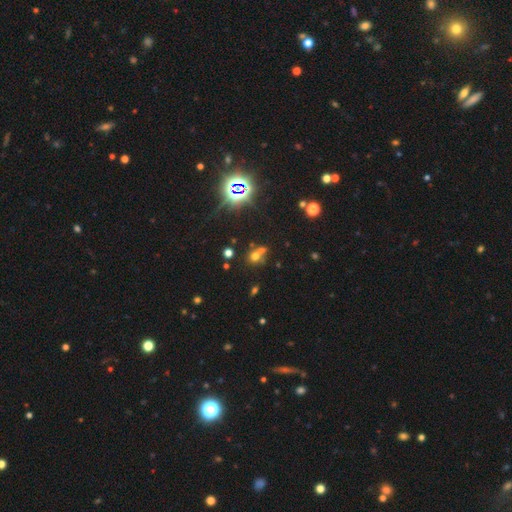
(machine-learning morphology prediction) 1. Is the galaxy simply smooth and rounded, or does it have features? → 52% smooth, 34% star or artifact, 14% featured or disk.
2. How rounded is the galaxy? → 79% round, 20% in between, 1% cigar-shaped.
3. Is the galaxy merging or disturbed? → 46% none, 42% merger, 8% minor disturbance, 4% major disturbance.